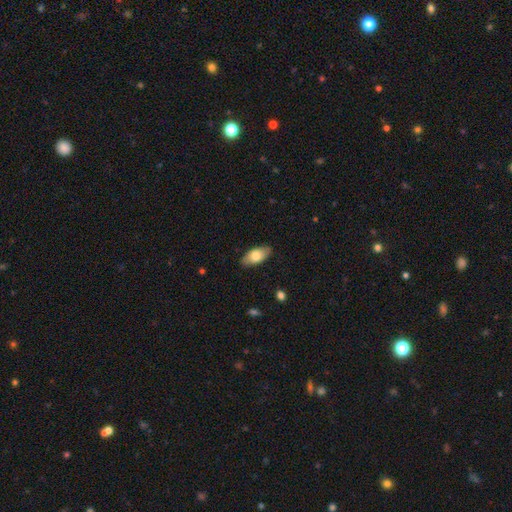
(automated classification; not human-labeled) smooth 75%, featured or disk 19%, star or artifact 6%. Down the decision tree: how rounded — in between (90%); merging — none (85%).